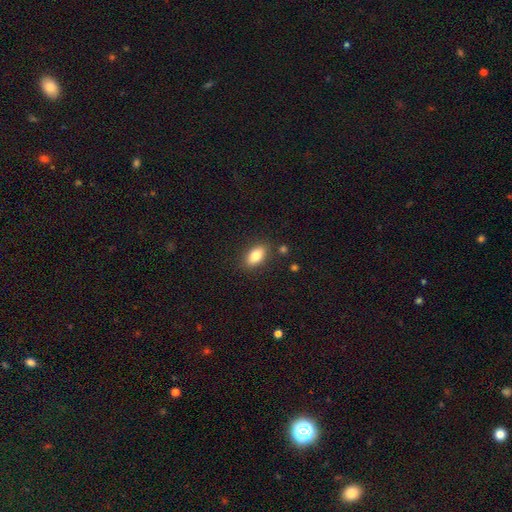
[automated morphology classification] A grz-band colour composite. It shows a smooth galaxy with no disk features (81%) that is in between round and cigar-shaped (86%). Merging: none (85%).